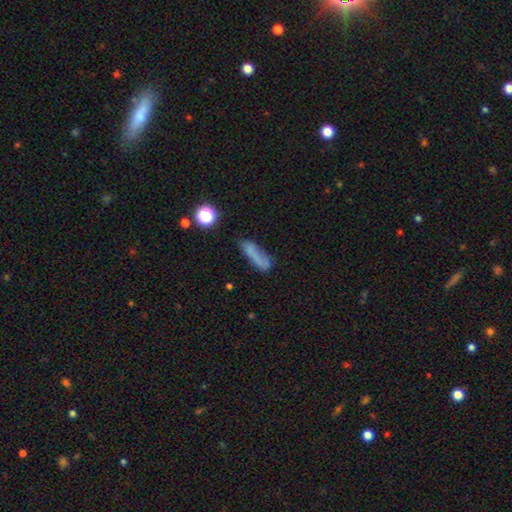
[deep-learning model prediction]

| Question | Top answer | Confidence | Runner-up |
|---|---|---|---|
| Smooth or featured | smooth | 68% | featured or disk (18%) |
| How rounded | cigar-shaped | 68% | in between (29%) |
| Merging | none | 55% | minor disturbance (24%) |